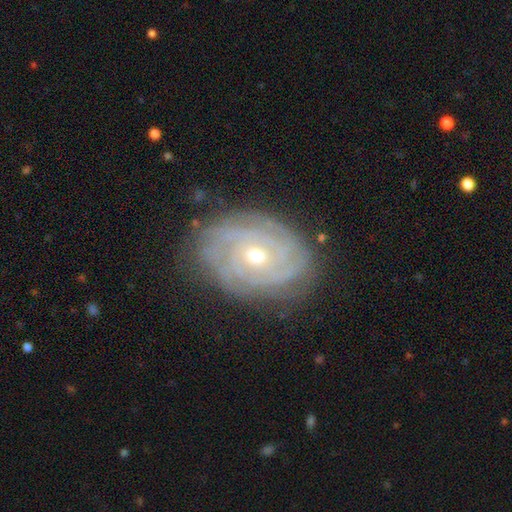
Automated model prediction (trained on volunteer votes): Overall: featured or disk (86%). Edge-on disk: no (96%). Bar: no (76%). Spiral arms: yes (96%). Spiral arm count: can't tell (31%; 4 19%). Spiral winding: tight (83%). Bulge size: moderate (51%; small 46%). Merging: none (81%).